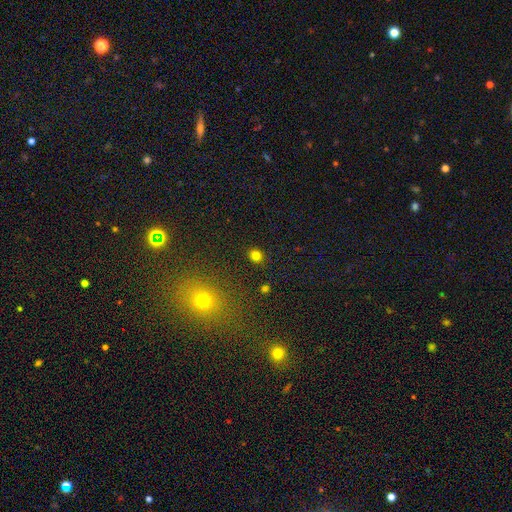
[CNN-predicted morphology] Smooth or featured?
  - smooth: 80% *
  - star or artifact: 15%
  - featured or disk: 5%
How rounded?
  - round: 75% *
  - in between: 24%
  - cigar-shaped: 1%
Merging?
  - none: 89% *
  - minor disturbance: 7%
  - major disturbance: 2%
  - merger: 2%